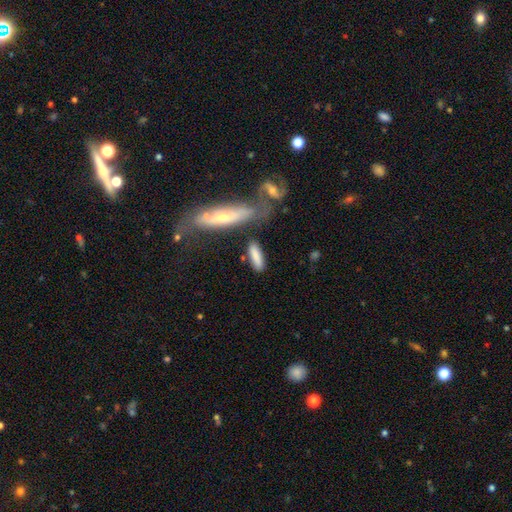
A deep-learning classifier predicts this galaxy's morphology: Smooth or featured? Predicted: smooth (p=0.81). How rounded? Predicted: cigar-shaped (p=0.64). Merging? Predicted: none (p=0.70).